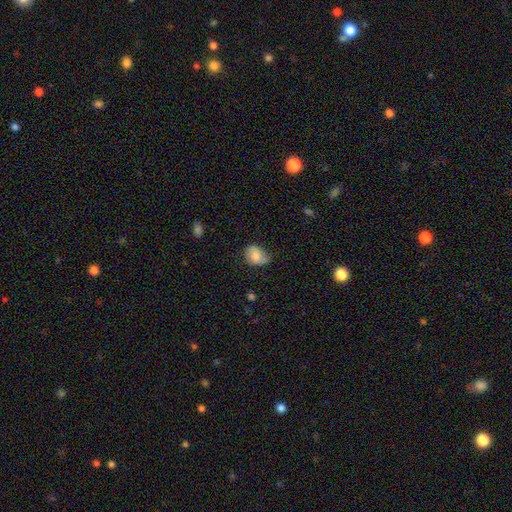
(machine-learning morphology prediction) smooth_or_featured: smooth (p=0.70) [alt: featured or disk p=0.22]
how_rounded: in between (p=0.59) [alt: round p=0.40]
merging: none (p=0.50) [alt: minor disturbance p=0.38]